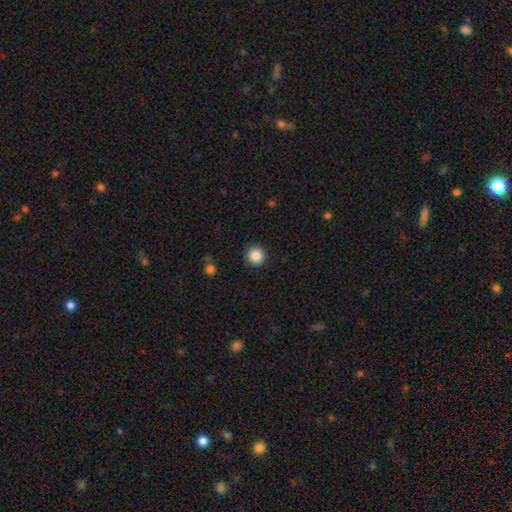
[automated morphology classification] Overall: smooth (87%). How rounded: round (96%). Merging: none (92%).